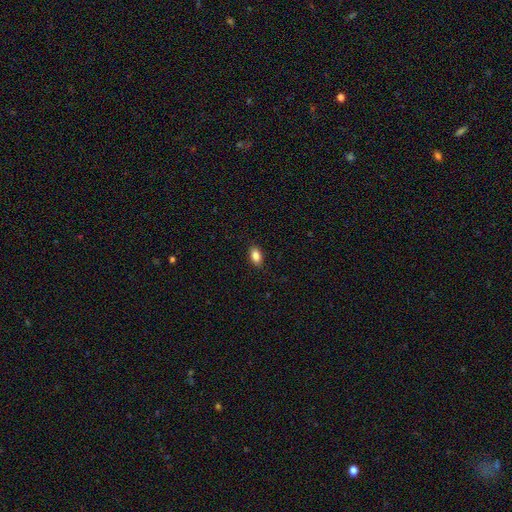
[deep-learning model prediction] smooth-or-featured: smooth: 86% | star or artifact: 8% | featured or disk: 6%
  how-rounded: in between: 90% | round: 7% | cigar-shaped: 4%
  merging: none: 88% | minor disturbance: 9% | major disturbance: 2% | merger: 1%